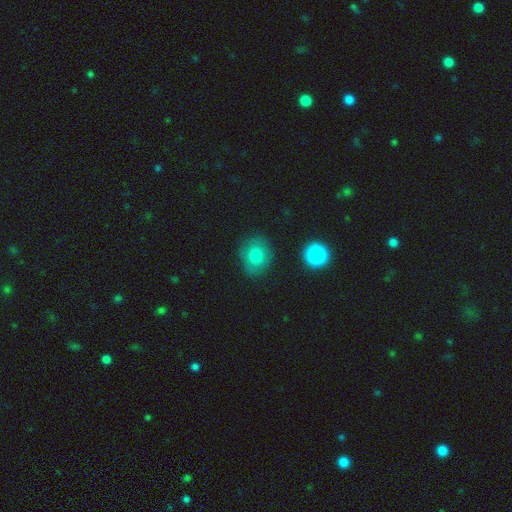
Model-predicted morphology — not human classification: smooth-or-featured: smooth: 77% | star or artifact: 12% | featured or disk: 11%
  how-rounded: round: 66% | in between: 33% | cigar-shaped: 1%
  merging: none: 80% | minor disturbance: 14% | major disturbance: 4% | merger: 2%